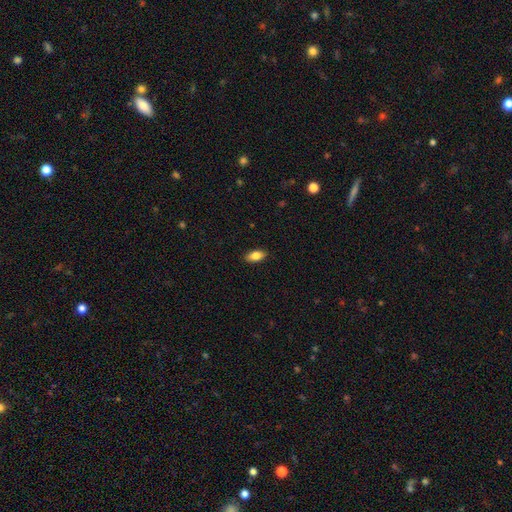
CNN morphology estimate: A smooth galaxy with no disk features (82%) that is in between round and cigar-shaped (90%).

Vote fractions:
- Smooth or featured? smooth: 82% / featured or disk: 11% / star or artifact: 7%
- How rounded? in between: 90% / cigar-shaped: 7% / round: 4%
- Merging? none: 89% / minor disturbance: 8% / major disturbance: 2% / merger: 1%